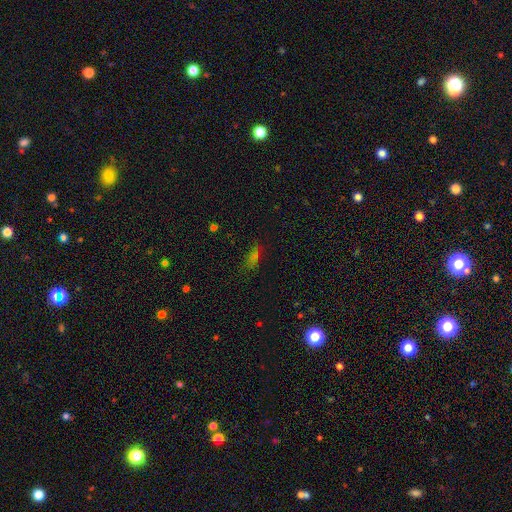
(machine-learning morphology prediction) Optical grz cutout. It shows a smooth galaxy with no disk features (55%) that is in between round and cigar-shaped (65%). Merging: none (73%).